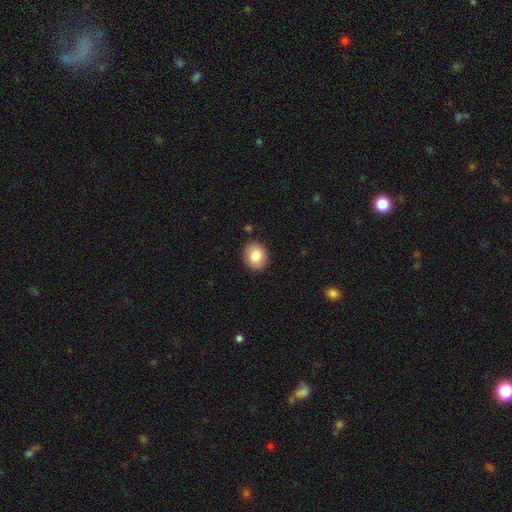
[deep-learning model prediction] smooth-or-featured: smooth: 84% | featured or disk: 8% | star or artifact: 8%
  how-rounded: round: 62% | in between: 37% | cigar-shaped: 1%
  merging: none: 89% | minor disturbance: 8% | major disturbance: 2% | merger: 1%